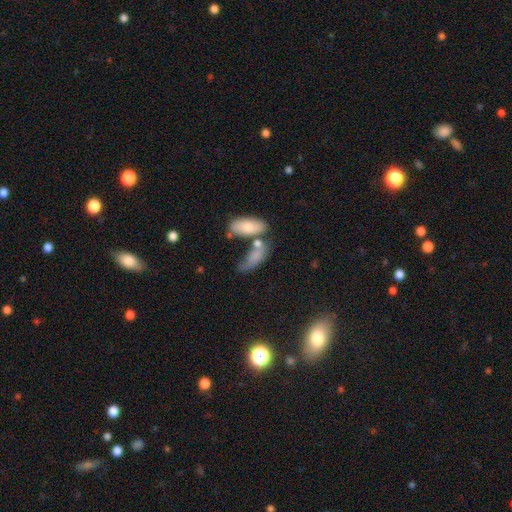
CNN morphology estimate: smooth 74%, featured or disk 16%, star or artifact 10%. Down the decision tree: how rounded — in between (78%); merging — none (32%, tied with merger).